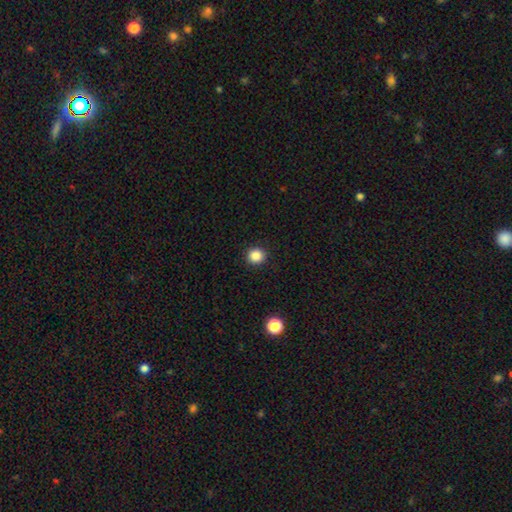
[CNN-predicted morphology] Overall: smooth (86%). How rounded: round (92%). Merging: none (92%).